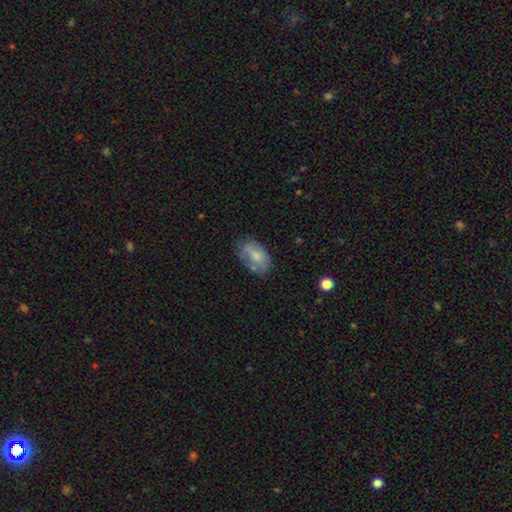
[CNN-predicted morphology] A smooth galaxy with no disk features (68%) that is in between round and cigar-shaped (91%). Merging: none (57%).